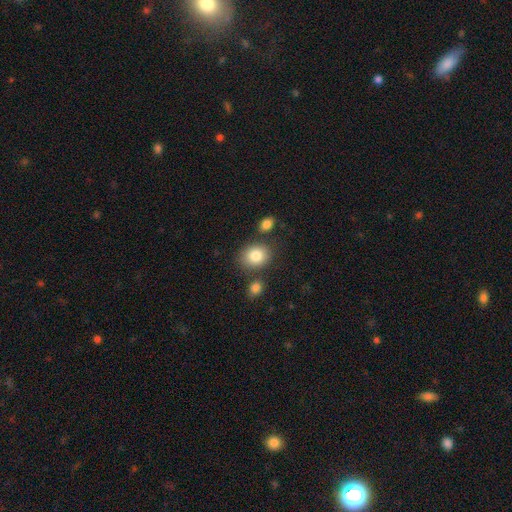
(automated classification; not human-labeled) A smooth galaxy with no disk features (84%) that is round (54%). Merging: none (75%).